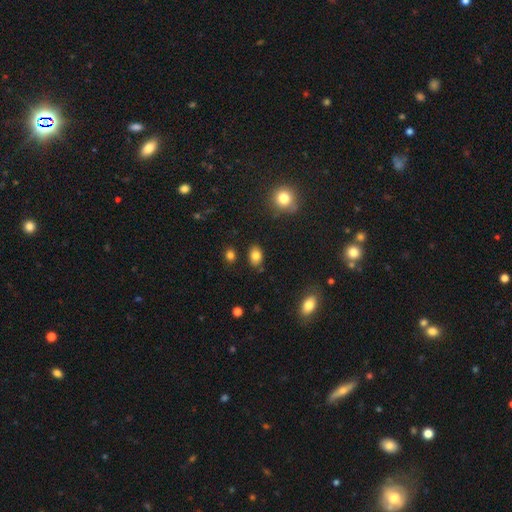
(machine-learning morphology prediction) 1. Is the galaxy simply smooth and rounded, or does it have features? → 82% smooth, 10% star or artifact, 8% featured or disk.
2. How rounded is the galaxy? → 78% in between, 21% round, 1% cigar-shaped.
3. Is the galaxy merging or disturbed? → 83% none, 12% minor disturbance, 3% merger, 3% major disturbance.